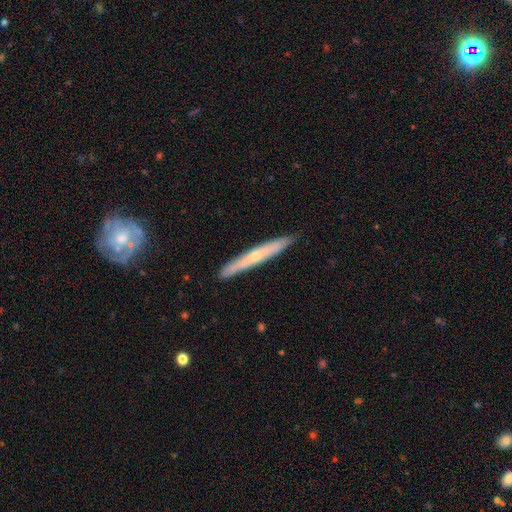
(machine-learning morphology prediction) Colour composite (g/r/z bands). It shows a featured or disk galaxy (55%) viewed edge-on (92%) with a rounded central bulge (63%). Merging: none (90%).